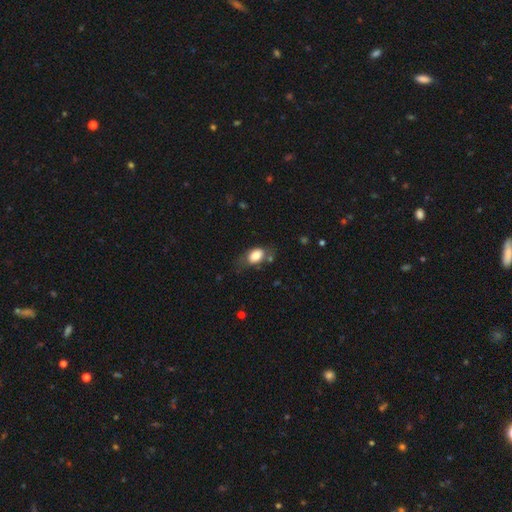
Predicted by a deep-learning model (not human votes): A smooth galaxy with no disk features (78%) that is in between round and cigar-shaped (86%).

Vote fractions:
- Smooth or featured? smooth: 78% / featured or disk: 15% / star or artifact: 7%
- How rounded? in between: 86% / round: 12% / cigar-shaped: 2%
- Merging? none: 62% / minor disturbance: 24% / major disturbance: 10% / merger: 5%